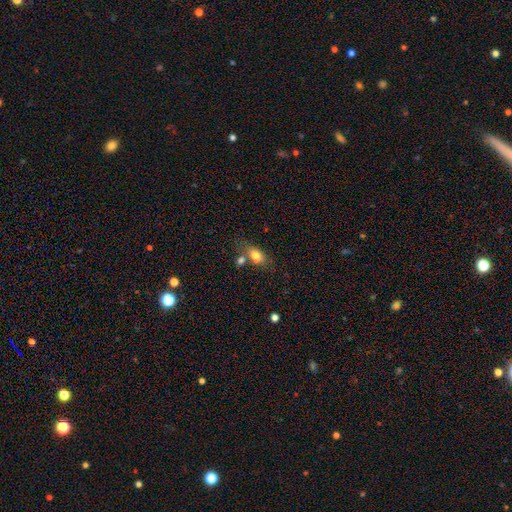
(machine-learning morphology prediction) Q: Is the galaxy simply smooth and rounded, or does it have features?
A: smooth — 77%.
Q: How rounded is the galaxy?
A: in between — 81%.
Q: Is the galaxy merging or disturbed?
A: none — 48%.